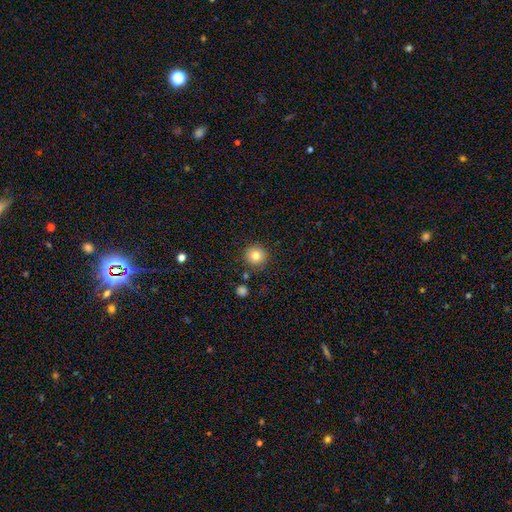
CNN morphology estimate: Smooth or featured? smooth (81%)
How rounded? round (95%)
Merging? none (89%)